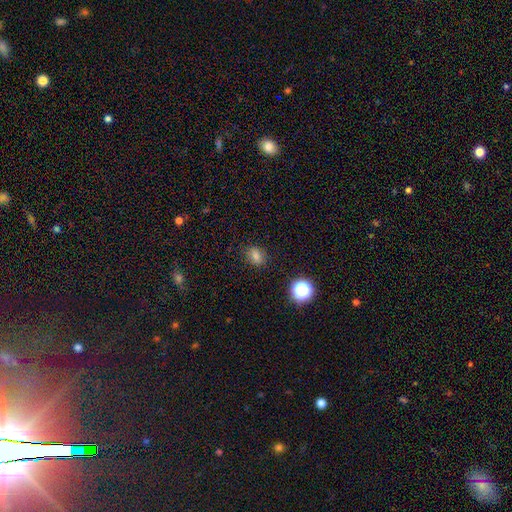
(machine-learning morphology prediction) This is likely a smooth galaxy (74%). How rounded: possibly in between (53%). Merging: clearly none (84%).